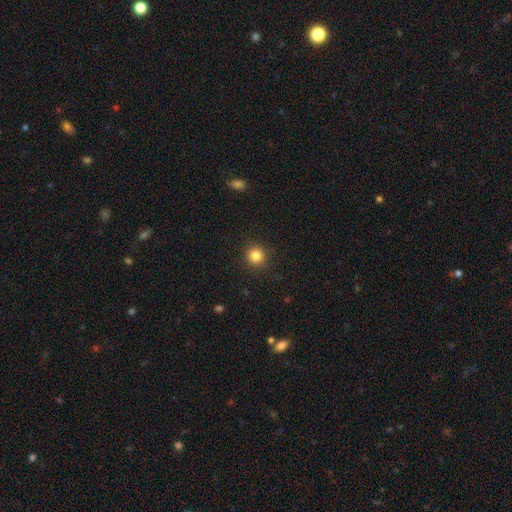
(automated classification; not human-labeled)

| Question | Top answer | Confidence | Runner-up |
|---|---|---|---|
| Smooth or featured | smooth | 83% | star or artifact (12%) |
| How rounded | round | 94% | in between (5%) |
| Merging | none | 91% | minor disturbance (6%) |